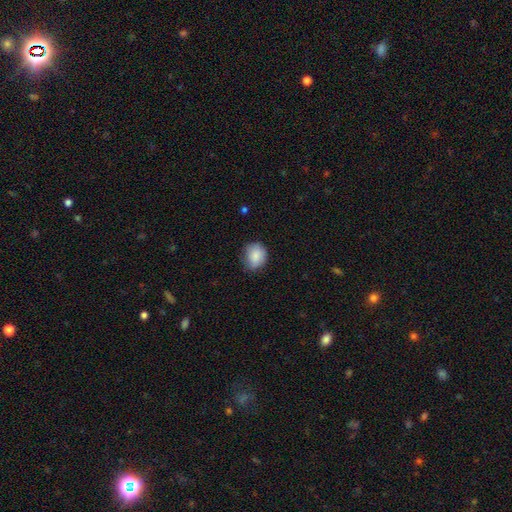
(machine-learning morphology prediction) The model was most divided on "how rounded": round: 65%, in between: 34%, cigar-shaped: 1%. More confident: smooth or featured — smooth (85%); merging — none (71%).